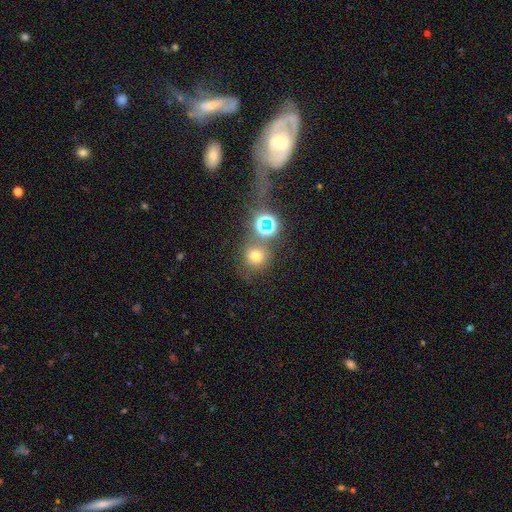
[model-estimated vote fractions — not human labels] Overall: smooth (64%; star or artifact 27%). How rounded: round (88%). Merging: none (66%).